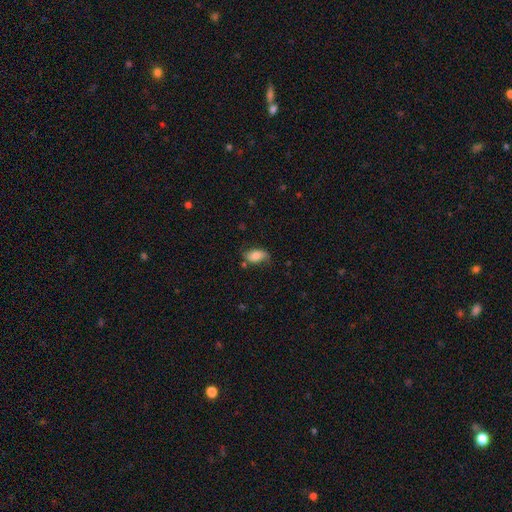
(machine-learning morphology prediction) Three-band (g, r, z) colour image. It shows a smooth galaxy with no disk features (73%) that is in between round and cigar-shaped (91%). Merging: none (63%).